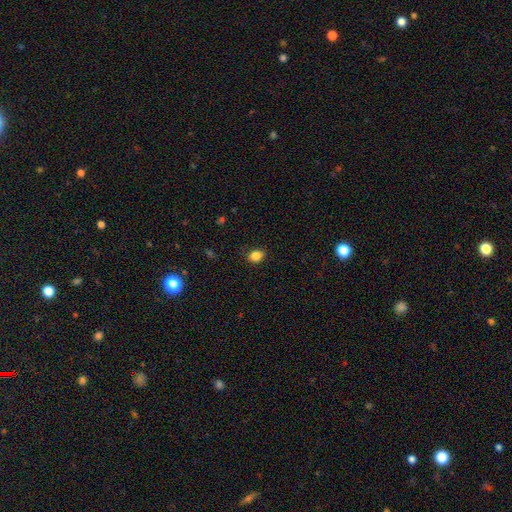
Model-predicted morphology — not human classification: A smooth galaxy with no disk features (84%) that is in between round and cigar-shaped (54%).

Vote fractions:
- Smooth or featured? smooth: 84% / star or artifact: 11% / featured or disk: 5%
- How rounded? in between: 54% / round: 45% / cigar-shaped: 1%
- Merging? none: 83% / minor disturbance: 13% / major disturbance: 3% / merger: 1%